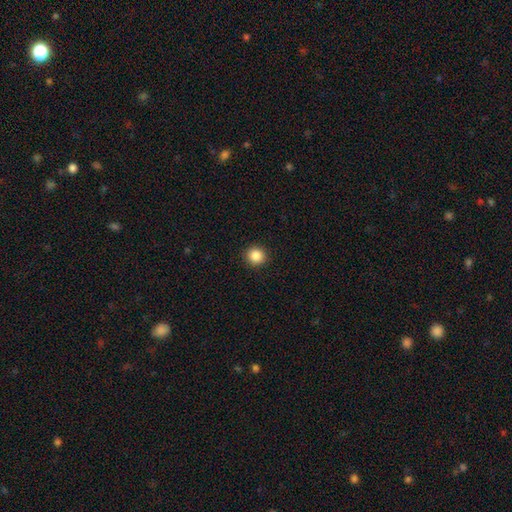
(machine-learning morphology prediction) smooth-or-featured: smooth: 87% | star or artifact: 10% | featured or disk: 4%
  how-rounded: round: 92% | in between: 7% | cigar-shaped: 1%
  merging: none: 92% | minor disturbance: 5% | major disturbance: 2% | merger: 1%